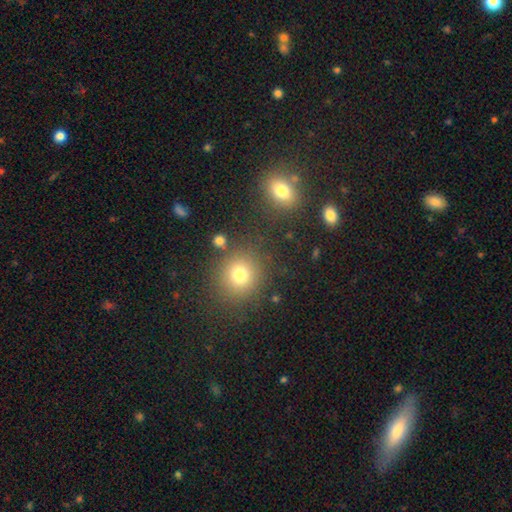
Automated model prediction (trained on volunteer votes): Smooth or featured: smooth — 60% (star or artifact — 31%)
How rounded: round — 86% (in between — 12%)
Merging: none — 84% (minor disturbance — 7%)